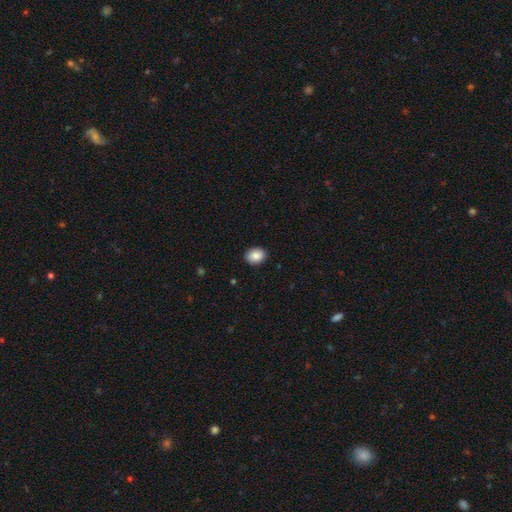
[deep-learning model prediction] smooth-or-featured: smooth: 89% | star or artifact: 8% | featured or disk: 4%
  how-rounded: in between: 62% | round: 37% | cigar-shaped: 1%
  merging: none: 89% | minor disturbance: 8% | major disturbance: 2% | merger: 1%